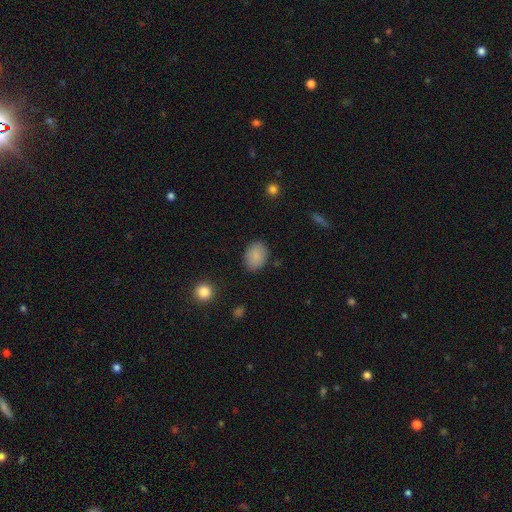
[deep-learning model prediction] Morphology: type=smooth (87%); roundness=in between (71%); merging=none (85%).